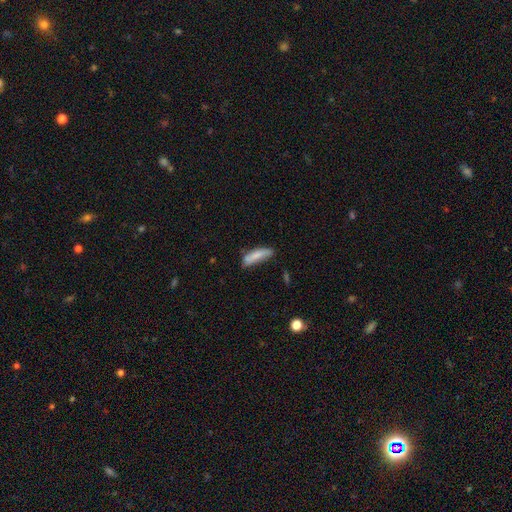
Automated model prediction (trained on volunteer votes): The model was most divided on "how rounded": cigar-shaped: 60%, in between: 38%, round: 2%. More confident: smooth or featured — smooth (76%); merging — none (54%).